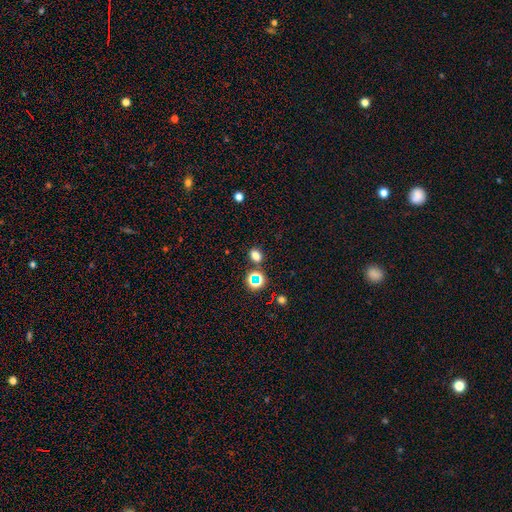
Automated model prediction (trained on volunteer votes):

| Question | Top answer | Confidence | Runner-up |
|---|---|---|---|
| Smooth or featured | smooth | 73% | star or artifact (21%) |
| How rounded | in between | 61% | round (38%) |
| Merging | none | 79% | minor disturbance (10%) |